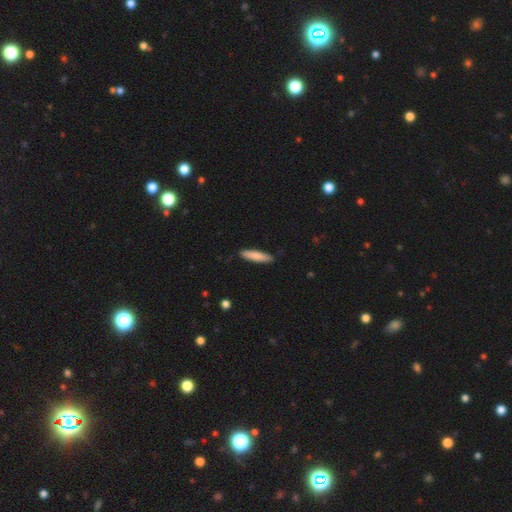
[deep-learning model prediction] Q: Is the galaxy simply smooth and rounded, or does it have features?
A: smooth — 83%.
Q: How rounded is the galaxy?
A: cigar-shaped — 79%.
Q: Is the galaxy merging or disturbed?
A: none — 88%.